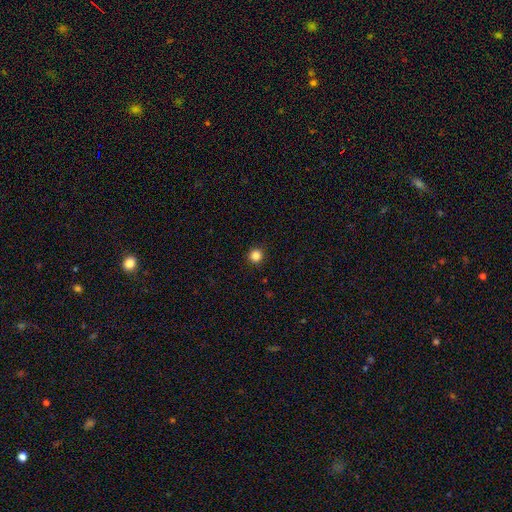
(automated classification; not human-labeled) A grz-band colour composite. It shows a smooth galaxy with no disk features (85%) that is round (95%). Merging: none (92%).